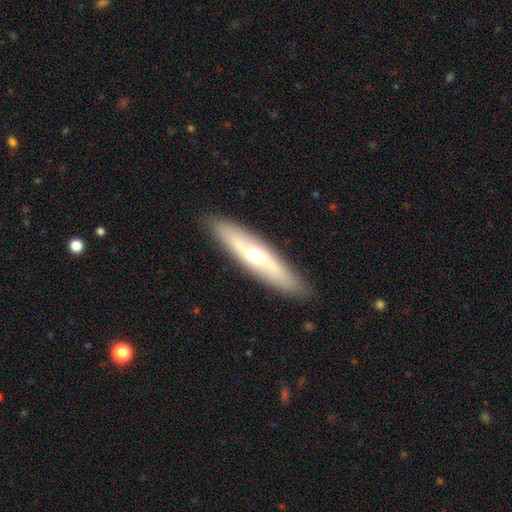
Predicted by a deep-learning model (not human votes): This is possibly a featured or disk galaxy (57%). It is possibly viewed edge-on (60%). Merging: clearly none (88%).